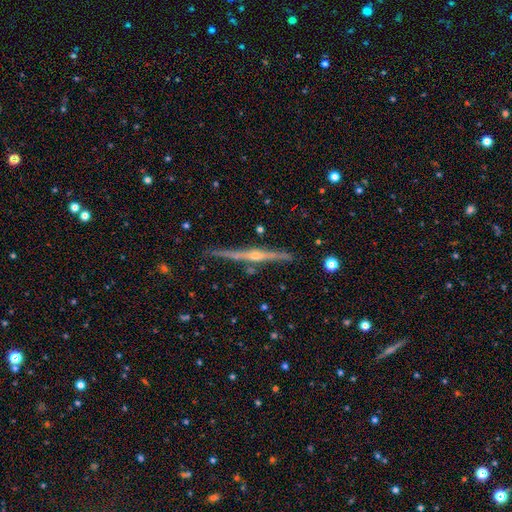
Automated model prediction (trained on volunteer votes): Morphology: type=featured or disk (84%); edge-on=yes (98%); edge-on bulge=rounded (85%); merging=none (85%).